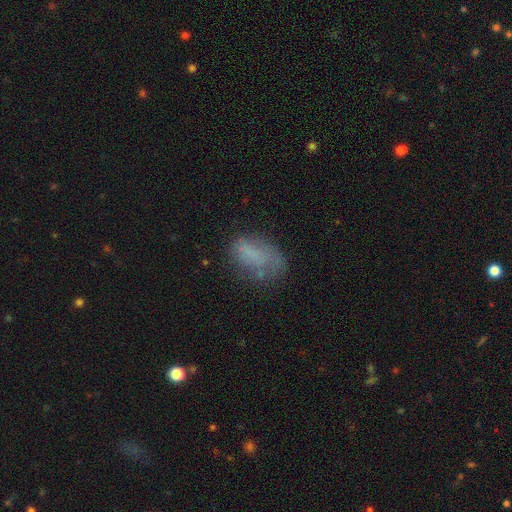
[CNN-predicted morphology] smooth_or_featured: smooth (p=0.62) [alt: featured or disk p=0.25]
how_rounded: in between (p=0.89) [alt: round p=0.08]
merging: none (p=0.46) [alt: minor disturbance p=0.27]